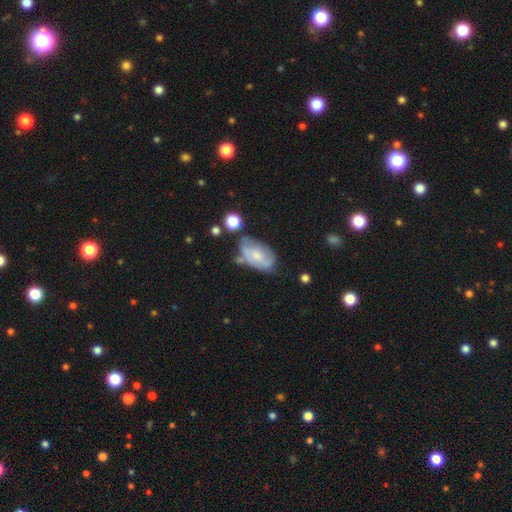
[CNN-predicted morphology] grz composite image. It shows a featured or disk galaxy (47%). Merging: none (41%).